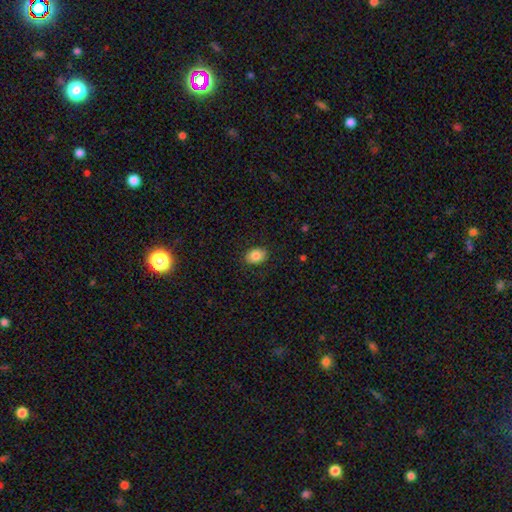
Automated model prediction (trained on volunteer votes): This appears to be a smooth galaxy with no disk features (85%) that is in between round and cigar-shaped (72%). Merging: none (85%).